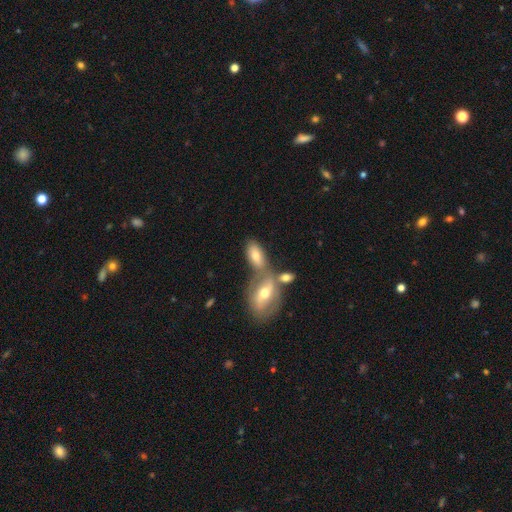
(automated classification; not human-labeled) smooth_or_featured: smooth (p=0.67) [alt: featured or disk p=0.26]
how_rounded: in between (p=0.88) [alt: cigar-shaped p=0.08]
merging: merger (p=0.44) [alt: none p=0.39]